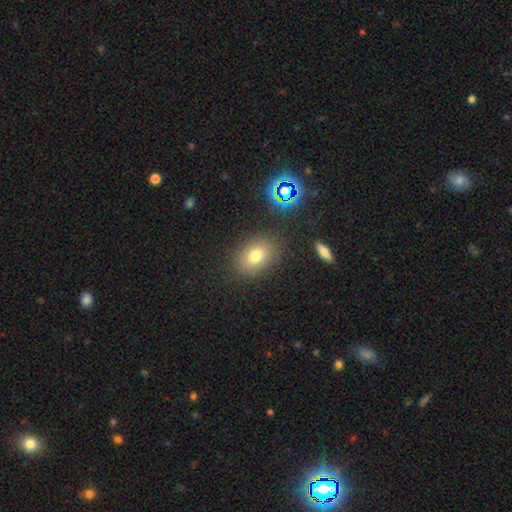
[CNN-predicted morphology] This is likely a smooth galaxy (74%). How rounded: likely in between (71%). Merging: clearly none (83%).